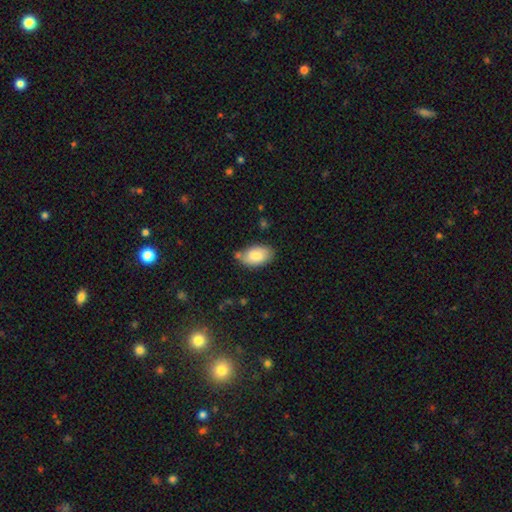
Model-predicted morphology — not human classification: Overall: smooth (81%). How rounded: in between (94%). Merging: none (67%).